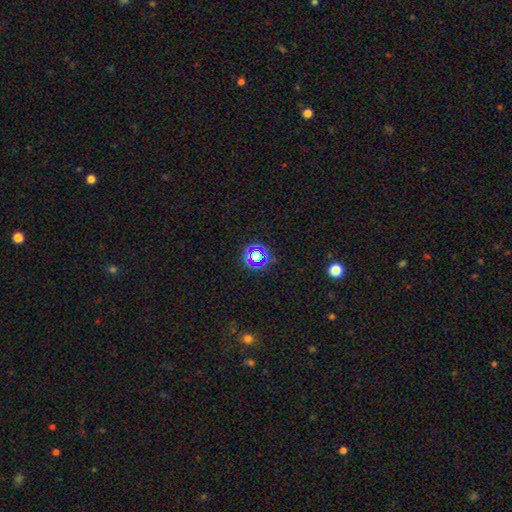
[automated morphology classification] The model was most divided on "smooth or featured": star or artifact: 62%, smooth: 27%, featured or disk: 11%.